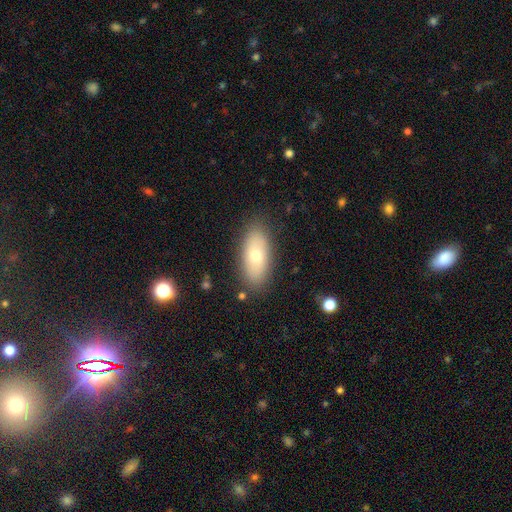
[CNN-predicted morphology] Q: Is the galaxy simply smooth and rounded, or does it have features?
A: smooth — 68%.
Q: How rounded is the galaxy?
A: in between — 86%.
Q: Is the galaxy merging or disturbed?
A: none — 85%.